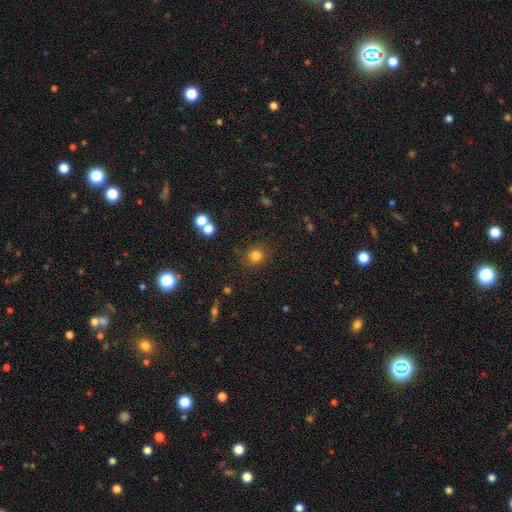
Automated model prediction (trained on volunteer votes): This is clearly a smooth galaxy (81%). How rounded: clearly round (89%). Merging: clearly none (86%).